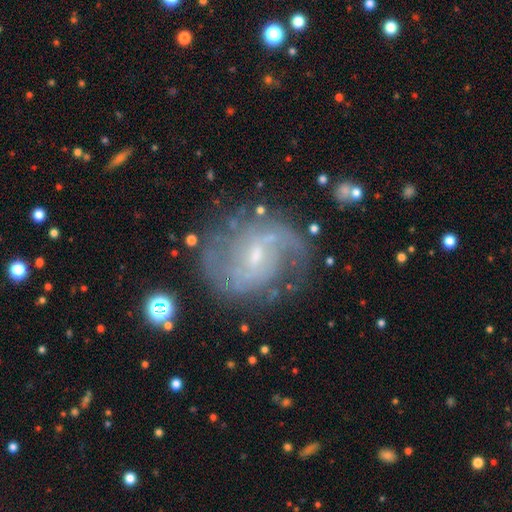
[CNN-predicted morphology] A featured or disk galaxy (84%) with a weak bar (59%), 2 (67%) medium (46%) spiral arms (94%) and a small central bulge (66%). Merging: none (72%).